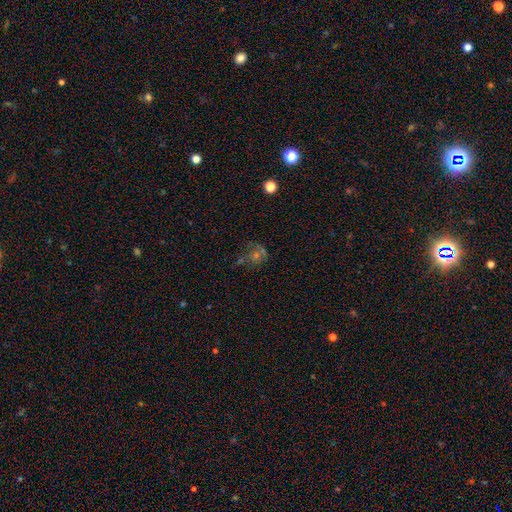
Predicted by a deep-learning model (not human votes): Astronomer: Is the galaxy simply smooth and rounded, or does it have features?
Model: featured or disk — 35% (runner-up: star or artifact, 34%).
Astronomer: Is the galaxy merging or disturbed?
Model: none — 50%.